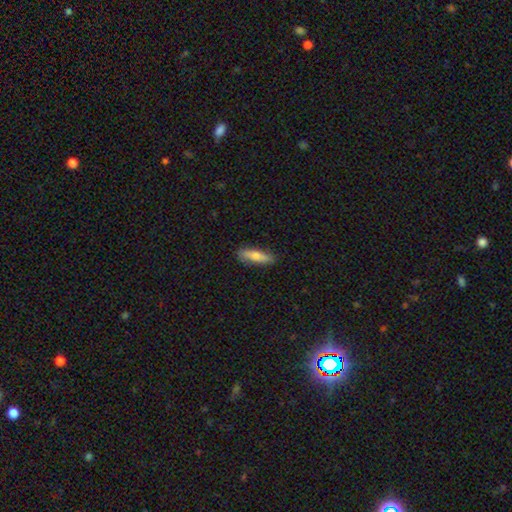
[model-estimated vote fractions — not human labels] This appears to be a smooth galaxy with no disk features (73%) that is cigar-shaped (58%). Merging: none (85%).